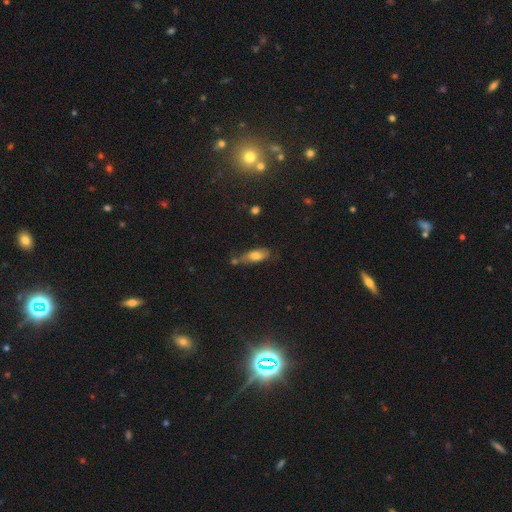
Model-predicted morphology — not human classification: This appears to be a smooth galaxy with no disk features (71%) that is in between round and cigar-shaped (74%). Merging: none (55%).